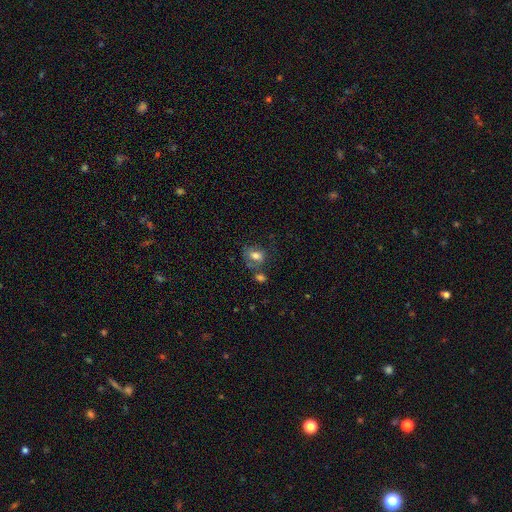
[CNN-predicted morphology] Smooth or featured? smooth (66%)
How rounded? in between (64%)
Merging? none (44%)